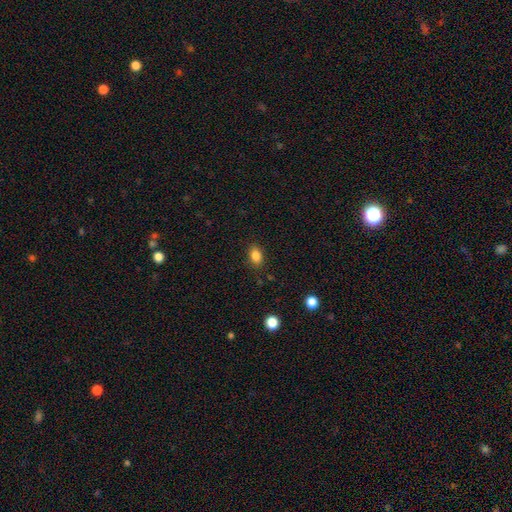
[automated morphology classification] A smooth galaxy with no disk features (85%) that is in between round and cigar-shaped (78%). Merging: none (86%).